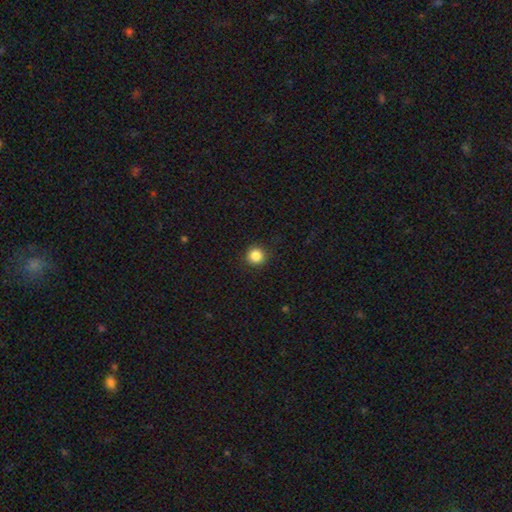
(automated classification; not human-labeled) Smooth or featured? smooth (85%)
How rounded? round (95%)
Merging? none (92%)